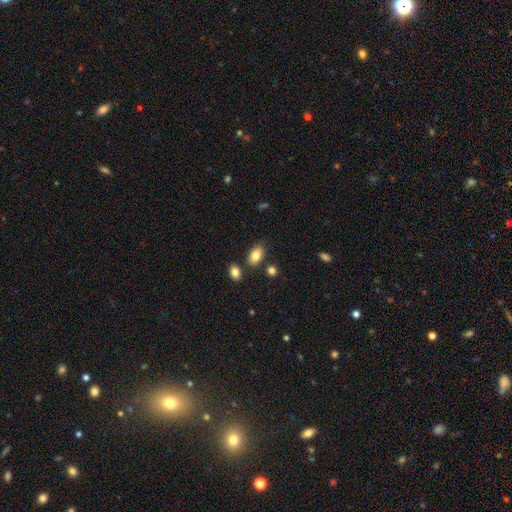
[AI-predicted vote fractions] smooth-or-featured: smooth: 82% | featured or disk: 9% | star or artifact: 8%
  how-rounded: in between: 88% | round: 10% | cigar-shaped: 2%
  merging: none: 76% | minor disturbance: 13% | merger: 8% | major disturbance: 3%